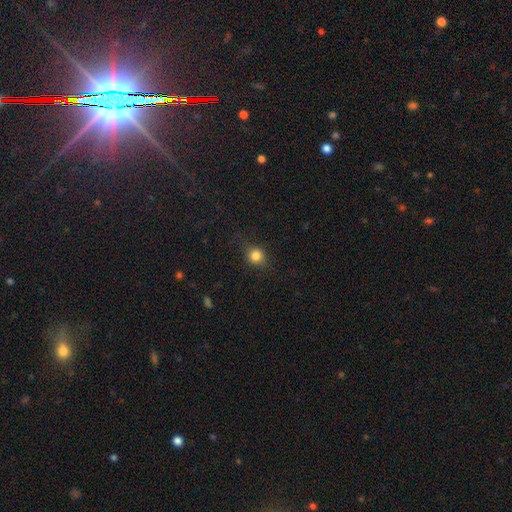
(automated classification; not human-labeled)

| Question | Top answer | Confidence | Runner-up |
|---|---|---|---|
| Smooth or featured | smooth | 83% | star or artifact (12%) |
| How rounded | round | 86% | in between (13%) |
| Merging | none | 81% | minor disturbance (13%) |